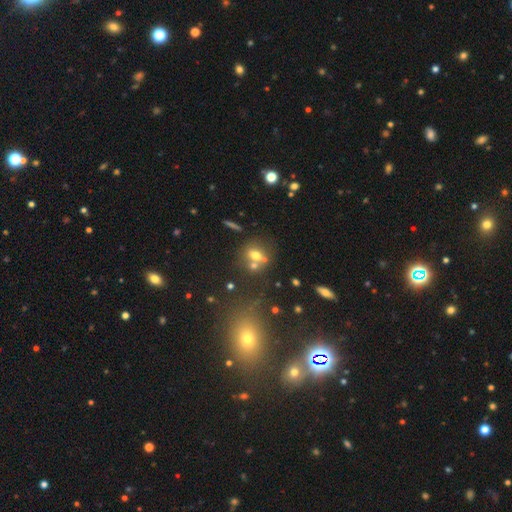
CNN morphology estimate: type=smooth (62%); roundness=round (56%); merging=none (49%).